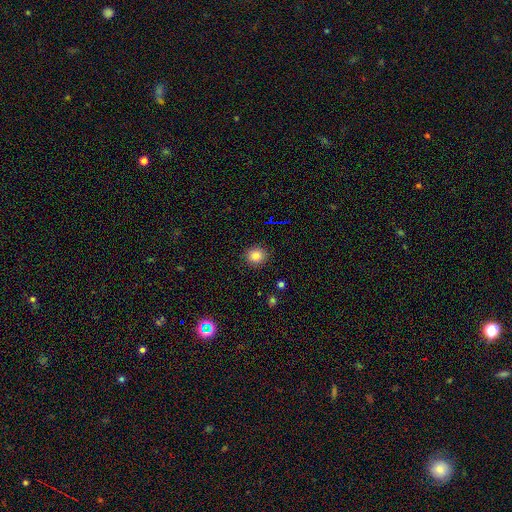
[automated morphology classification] The model was most divided on "how rounded": round: 83%, in between: 16%, cigar-shaped: 1%. More confident: merging — none (90%); smooth or featured — smooth (84%).